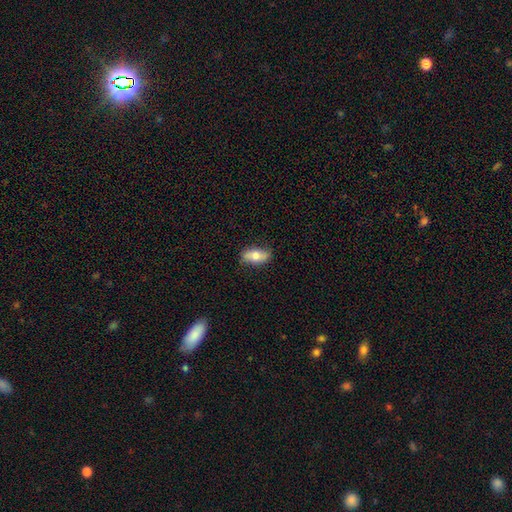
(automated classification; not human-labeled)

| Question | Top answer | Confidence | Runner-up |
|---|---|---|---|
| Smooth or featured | smooth | 68% | featured or disk (25%) |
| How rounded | in between | 87% | cigar-shaped (9%) |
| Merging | none | 81% | minor disturbance (15%) |